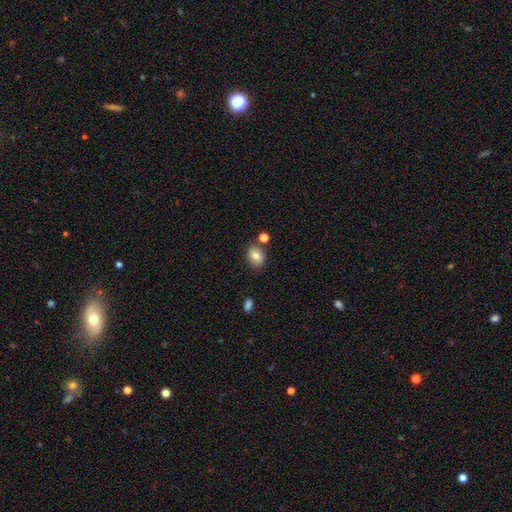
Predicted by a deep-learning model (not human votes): Morphology: type=smooth (83%); roundness=in between (68%); merging=none (75%).